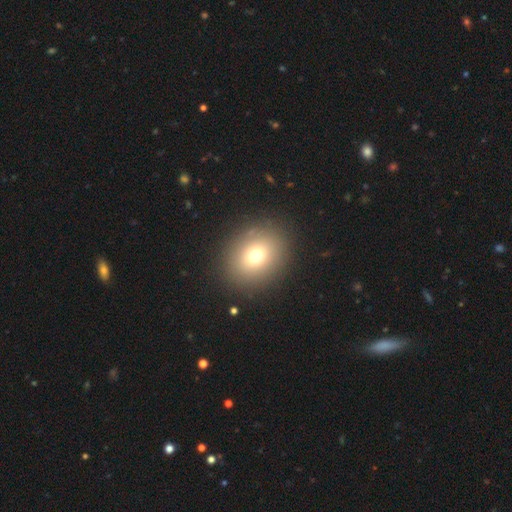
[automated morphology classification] Smooth or featured?
  - smooth: 73% *
  - star or artifact: 15%
  - featured or disk: 13%
How rounded?
  - round: 62% *
  - in between: 37%
  - cigar-shaped: 1%
Merging?
  - none: 88% *
  - minor disturbance: 7%
  - major disturbance: 4%
  - merger: 1%